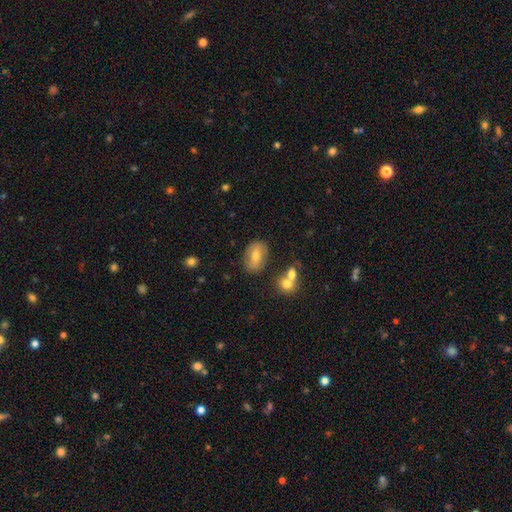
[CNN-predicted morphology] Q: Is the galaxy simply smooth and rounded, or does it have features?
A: smooth — 63%.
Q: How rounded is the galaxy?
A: in between — 82%.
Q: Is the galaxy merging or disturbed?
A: none — 77%.